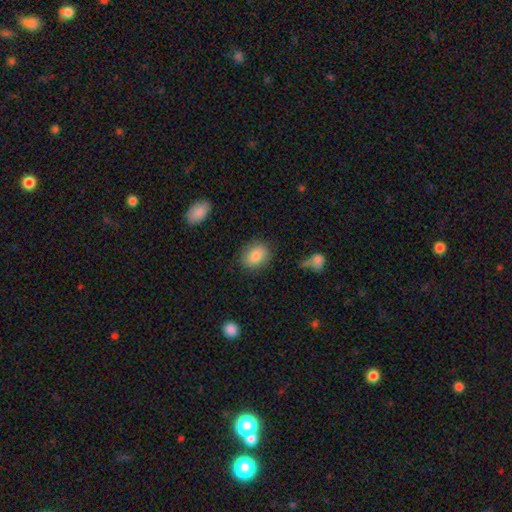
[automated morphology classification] smooth-or-featured: smooth: 84% | featured or disk: 8% | star or artifact: 8%
  how-rounded: in between: 55% | round: 44% | cigar-shaped: 1%
  merging: none: 81% | minor disturbance: 13% | major disturbance: 4% | merger: 2%